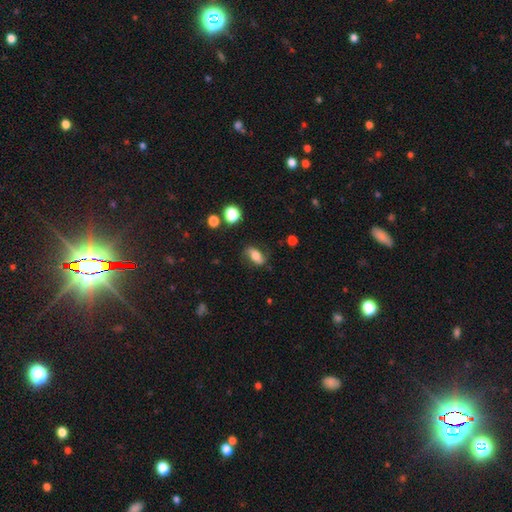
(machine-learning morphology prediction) smooth-or-featured: smooth: 51% | featured or disk: 39% | star or artifact: 10%
  how-rounded: in between: 79% | round: 11% | cigar-shaped: 10%
  merging: none: 69% | minor disturbance: 20% | major disturbance: 8% | merger: 2%